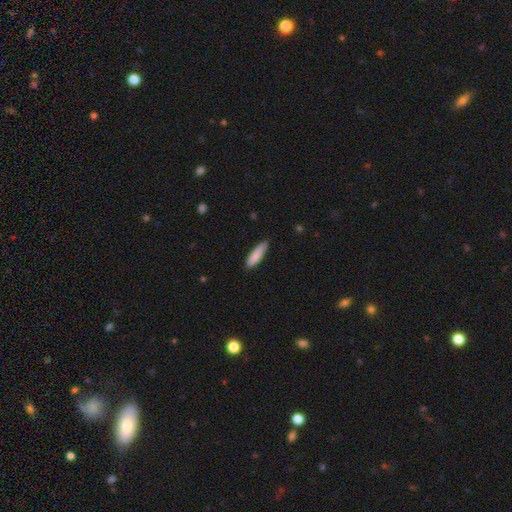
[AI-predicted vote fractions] Overall: smooth (86%). How rounded: cigar-shaped (70%). Merging: none (82%).